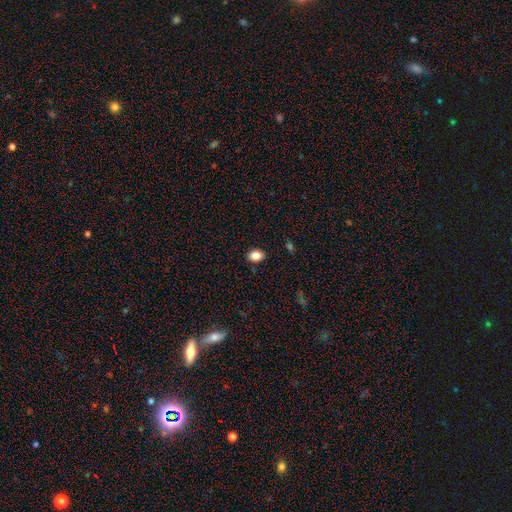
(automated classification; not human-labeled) Q: Smooth or featured?
A: smooth (86%); runner-up: star or artifact (9%)
Q: How rounded?
A: in between (76%); runner-up: round (23%)
Q: Merging?
A: none (88%); runner-up: minor disturbance (8%)